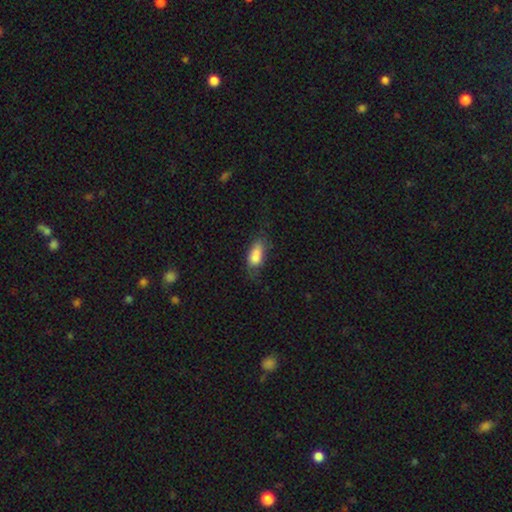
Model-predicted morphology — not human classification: The model was most divided on "merging": none: 48%, minor disturbance: 31%, major disturbance: 15%, merger: 6%. More confident: how rounded — in between (82%); smooth or featured — smooth (79%).